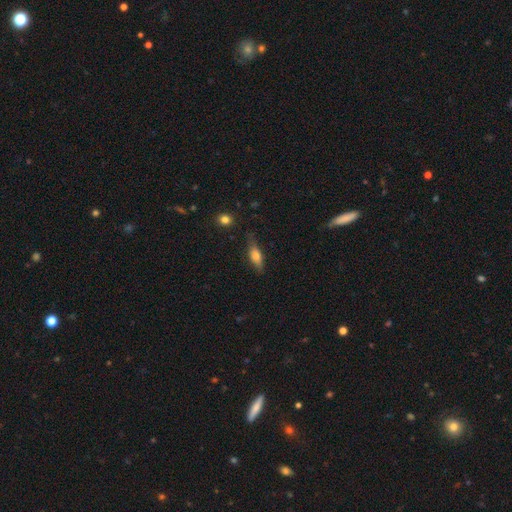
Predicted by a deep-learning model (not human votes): Smooth or featured? Predicted: smooth (p=0.65). How rounded? Predicted: in between (p=0.56). Merging? Predicted: none (p=0.72).